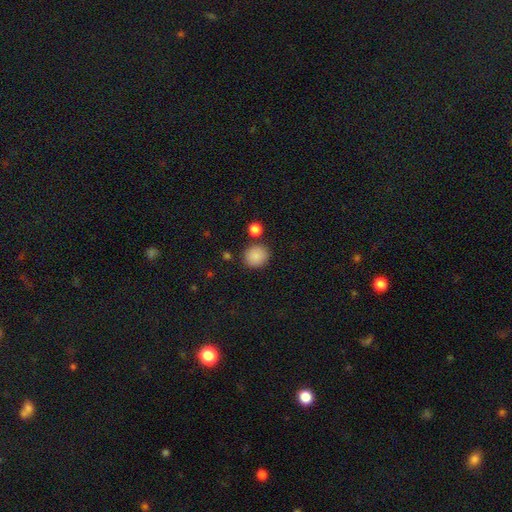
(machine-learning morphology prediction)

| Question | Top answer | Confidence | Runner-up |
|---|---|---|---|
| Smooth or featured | smooth | 87% | star or artifact (9%) |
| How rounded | round | 85% | in between (14%) |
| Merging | none | 83% | minor disturbance (9%) |